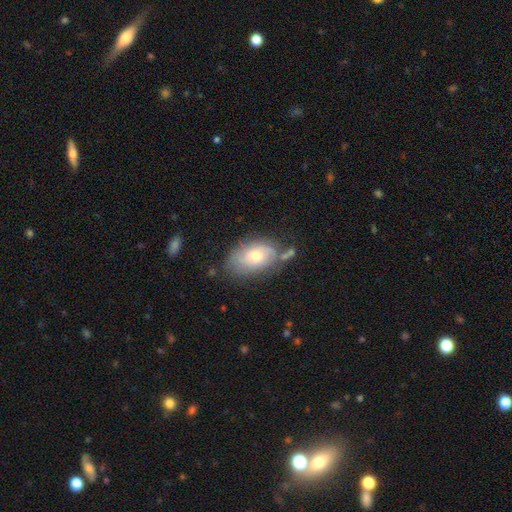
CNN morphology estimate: A smooth galaxy with no disk features (54%) that is in between round and cigar-shaped (91%).

Vote fractions:
- Smooth or featured? smooth: 54% / featured or disk: 38% / star or artifact: 8%
- How rounded? in between: 91% / round: 8% / cigar-shaped: 2%
- Merging? none: 55% / minor disturbance: 26% / major disturbance: 10% / merger: 9%